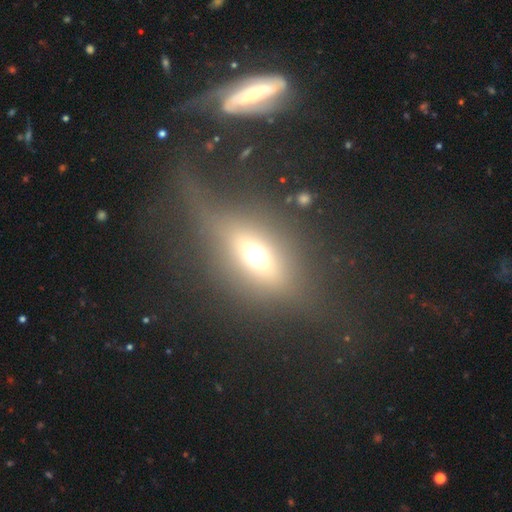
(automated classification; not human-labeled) A smooth galaxy with no disk features (47%).

Vote fractions:
- Smooth or featured? smooth: 47% / featured or disk: 37% / star or artifact: 16%
- Merging? none: 55% / major disturbance: 25% / minor disturbance: 16% / merger: 4%